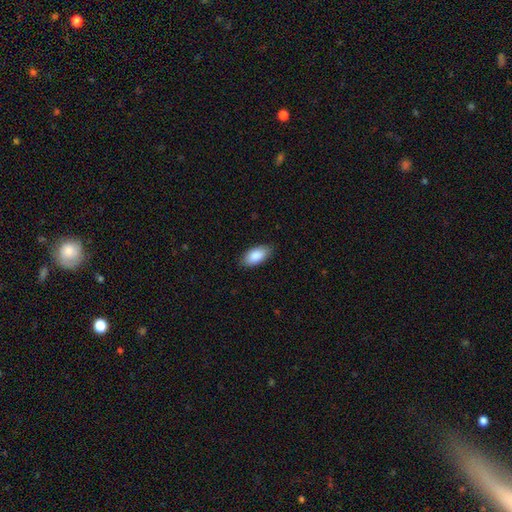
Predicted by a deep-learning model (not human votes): Morphology: type=smooth (88%); roundness=in between (94%); merging=none (86%).